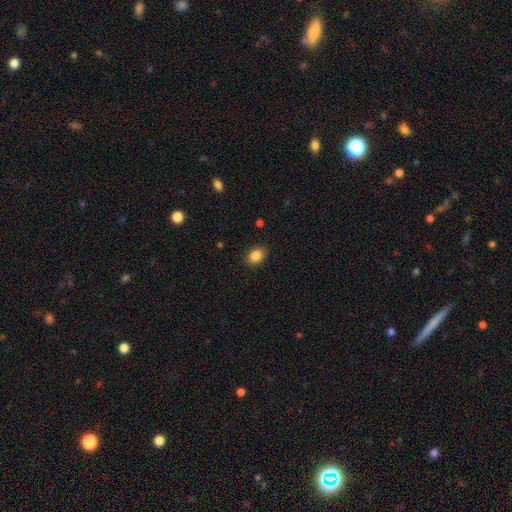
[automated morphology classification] type=smooth (87%); roundness=in between (68%); merging=none (87%).